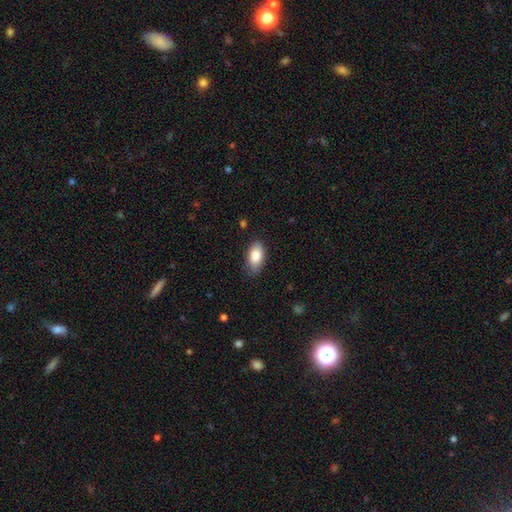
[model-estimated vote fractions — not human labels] This appears to be a smooth galaxy with no disk features (85%) that is in between round and cigar-shaped (93%). Merging: none (79%).